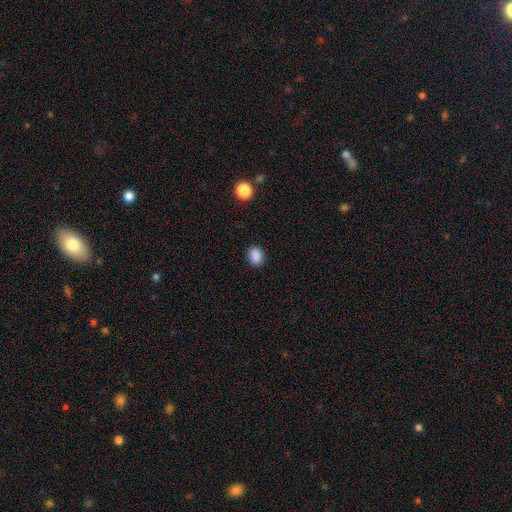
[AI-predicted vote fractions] smooth_or_featured: smooth (p=0.88) [alt: star or artifact p=0.09]
how_rounded: in between (p=0.65) [alt: round p=0.34]
merging: none (p=0.88) [alt: minor disturbance p=0.09]